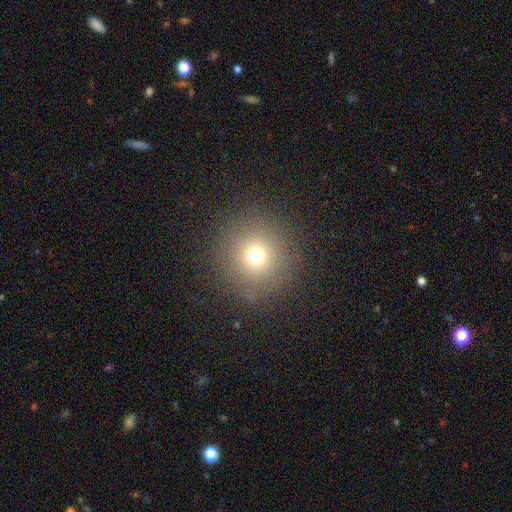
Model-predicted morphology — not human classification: A smooth galaxy with no disk features (69%) that is round (94%). Merging: none (87%).